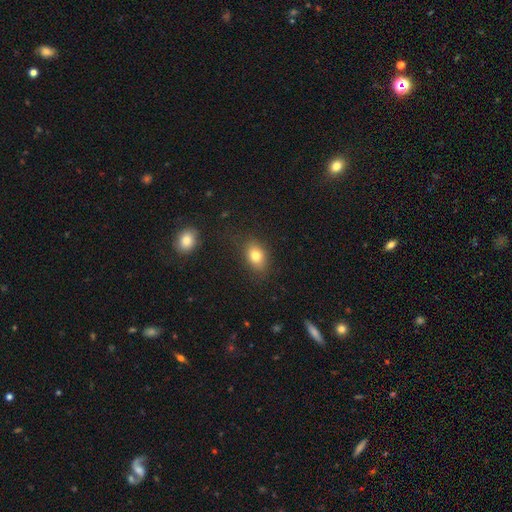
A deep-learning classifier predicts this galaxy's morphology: smooth 77%, featured or disk 12%, star or artifact 11%. Down the decision tree: how rounded — in between (76%); merging — none (81%).